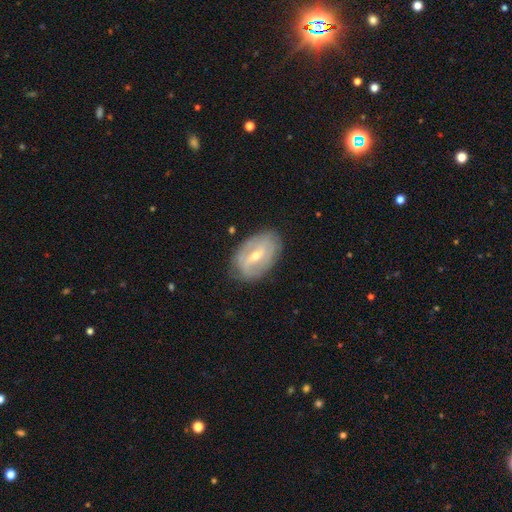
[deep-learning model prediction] Smooth or featured: featured or disk — 69% (smooth — 24%)
Edge-on disk: no — 92% (yes — 8%)
Bar: weak — 42% (strong — 40%)
Spiral arms: yes — 60% (no — 40%)
Bulge size: small — 49% (moderate — 48%)
Merging: none — 79% (minor disturbance — 16%)